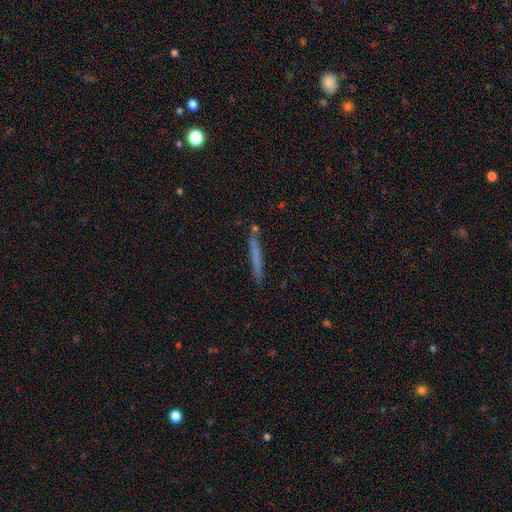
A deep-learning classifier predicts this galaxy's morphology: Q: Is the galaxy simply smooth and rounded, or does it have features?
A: smooth — 59%.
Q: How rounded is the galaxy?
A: cigar-shaped — 96%.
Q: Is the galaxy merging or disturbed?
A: none — 83%.